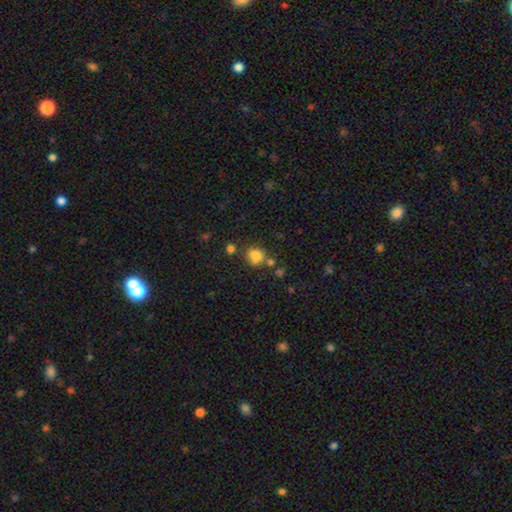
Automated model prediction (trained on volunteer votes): smooth_or_featured: smooth (p=0.81) [alt: star or artifact p=0.12]
how_rounded: round (p=0.75) [alt: in between p=0.24]
merging: none (p=0.62) [alt: merger p=0.16]